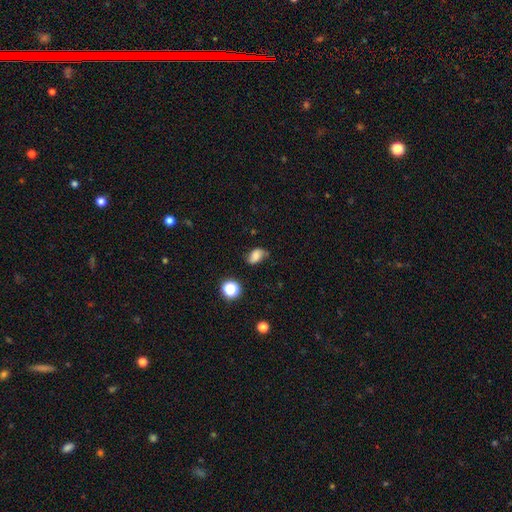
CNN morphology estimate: smooth_or_featured: smooth (p=0.71) [alt: featured or disk p=0.17]
how_rounded: in between (p=0.81) [alt: round p=0.18]
merging: none (p=0.58) [alt: minor disturbance p=0.30]